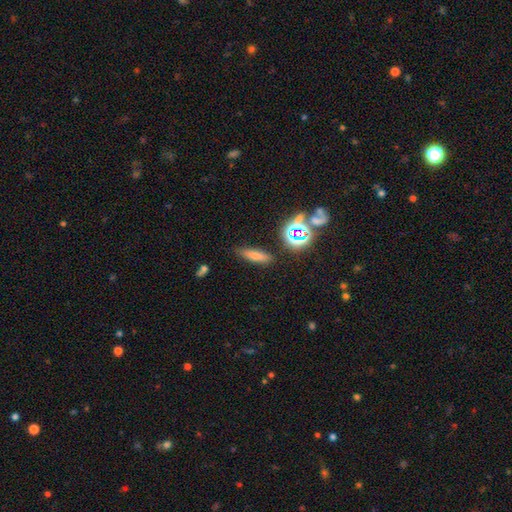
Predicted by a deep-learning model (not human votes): A smooth galaxy with no disk features (68%) that is cigar-shaped (59%).

Vote fractions:
- Smooth or featured? smooth: 68% / star or artifact: 18% / featured or disk: 14%
- How rounded? cigar-shaped: 59% / in between: 36% / round: 5%
- Merging? none: 83% / minor disturbance: 10% / merger: 4% / major disturbance: 3%